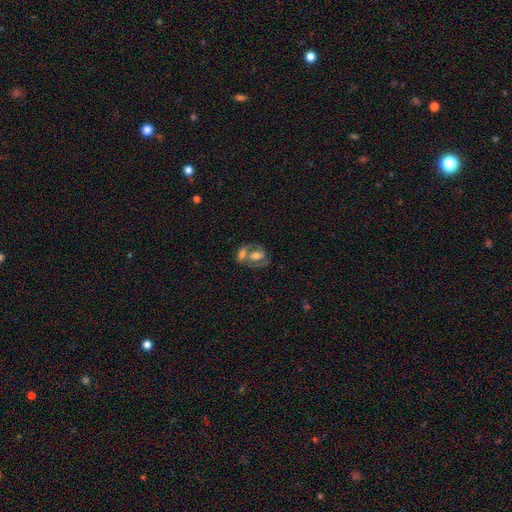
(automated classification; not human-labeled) A featured or disk galaxy (62%) with no bar (47%), spiral arms (63%) and a moderate central bulge (60%). Merging: merger (48%).